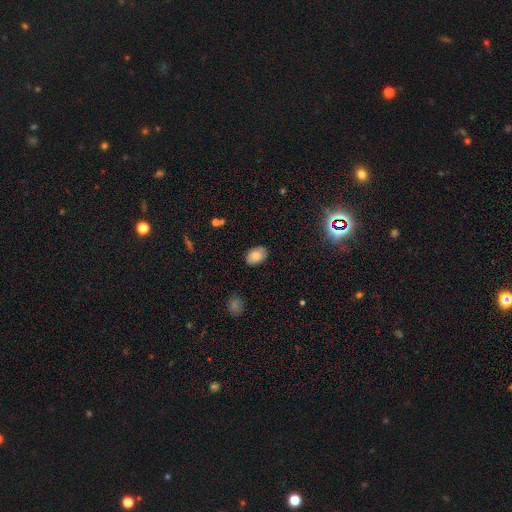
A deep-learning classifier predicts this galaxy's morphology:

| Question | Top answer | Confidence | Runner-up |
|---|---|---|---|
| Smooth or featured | smooth | 80% | featured or disk (11%) |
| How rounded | in between | 85% | round (14%) |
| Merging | none | 85% | minor disturbance (12%) |